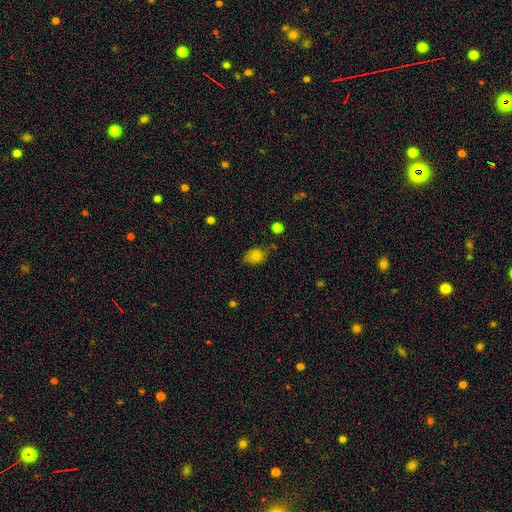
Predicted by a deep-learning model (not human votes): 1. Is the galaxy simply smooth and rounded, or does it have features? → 81% smooth, 11% star or artifact, 7% featured or disk.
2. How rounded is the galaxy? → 64% in between, 35% round, 1% cigar-shaped.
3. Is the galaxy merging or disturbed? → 63% none, 28% minor disturbance, 7% major disturbance, 3% merger.